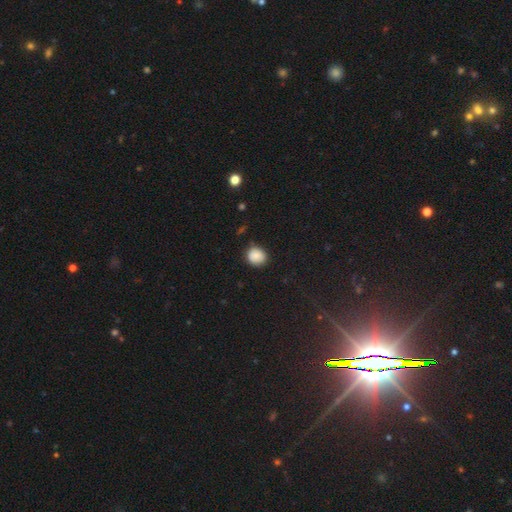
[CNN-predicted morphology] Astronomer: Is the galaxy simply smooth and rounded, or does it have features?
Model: smooth — 83%.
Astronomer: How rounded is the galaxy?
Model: round — 80%.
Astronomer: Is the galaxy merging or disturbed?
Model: none — 81%.